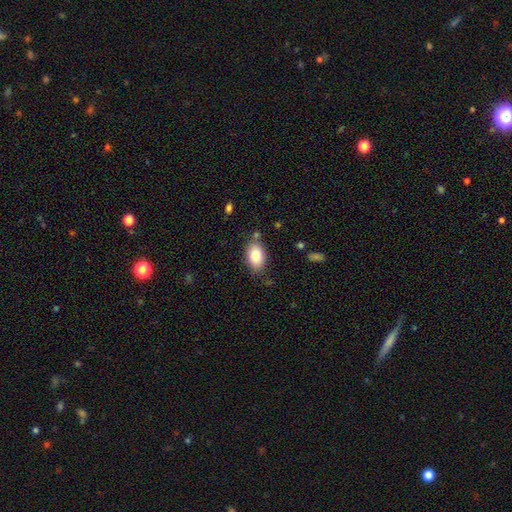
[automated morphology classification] Smooth or featured: smooth — 81% (featured or disk — 11%)
How rounded: in between — 87% (round — 12%)
Merging: none — 79% (minor disturbance — 14%)